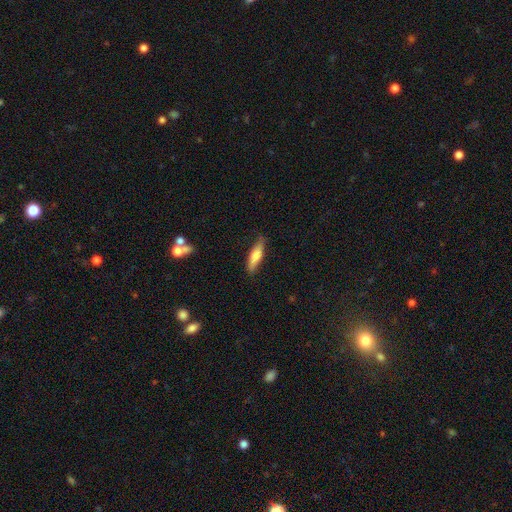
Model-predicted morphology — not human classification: smooth 65%, featured or disk 29%, star or artifact 6%. Down the decision tree: how rounded — cigar-shaped (67%); merging — none (82%).